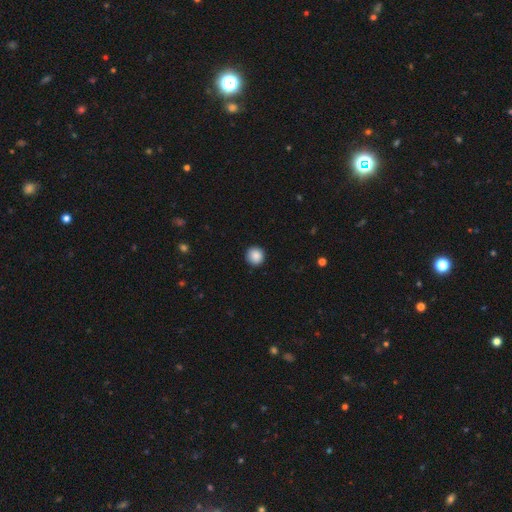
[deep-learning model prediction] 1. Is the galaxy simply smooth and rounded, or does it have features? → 88% smooth, 9% star or artifact, 3% featured or disk.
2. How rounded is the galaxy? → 93% round, 6% in between, 1% cigar-shaped.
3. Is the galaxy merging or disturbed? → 91% none, 6% minor disturbance, 2% major disturbance, 1% merger.